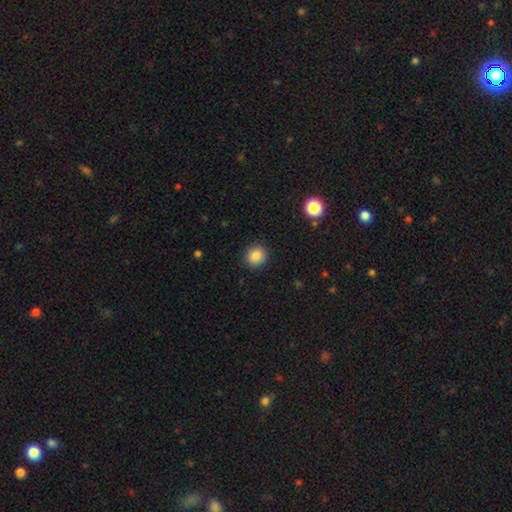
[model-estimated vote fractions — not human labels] This is clearly a smooth galaxy (86%). How rounded: clearly round (84%). Merging: clearly none (91%).